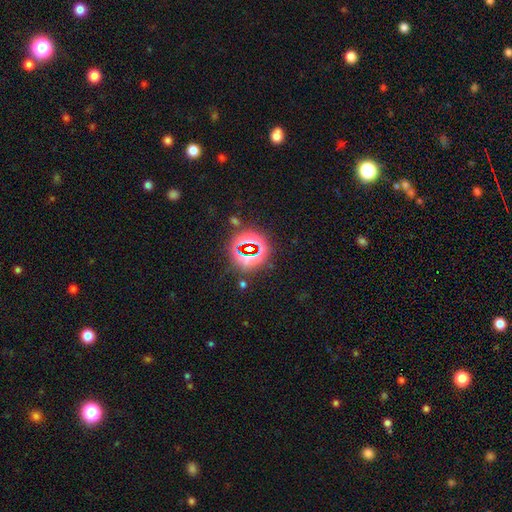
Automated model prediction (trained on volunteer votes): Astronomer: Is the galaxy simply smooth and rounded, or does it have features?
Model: star or artifact — 78%.